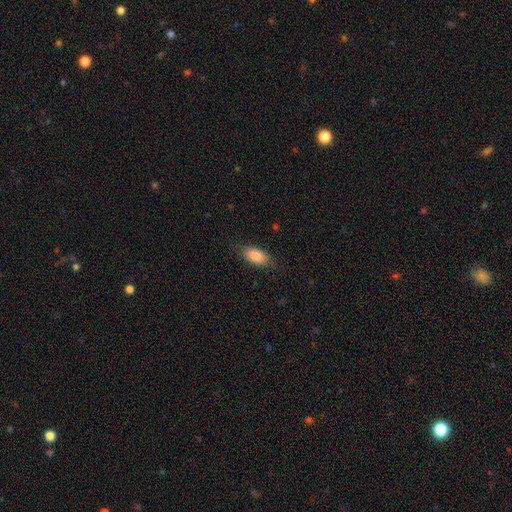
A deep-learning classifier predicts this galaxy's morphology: Smooth or featured? smooth (85%)
How rounded? in between (86%)
Merging? none (80%)